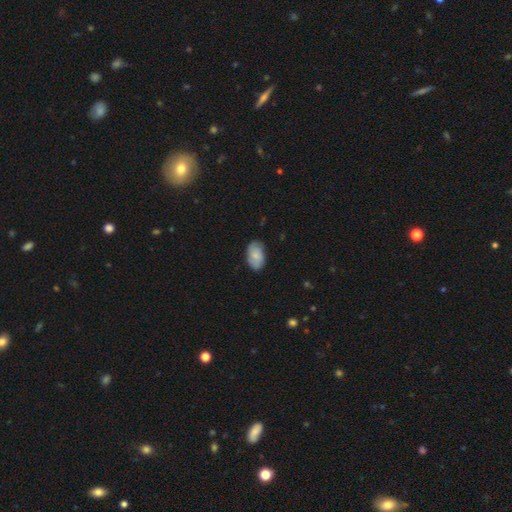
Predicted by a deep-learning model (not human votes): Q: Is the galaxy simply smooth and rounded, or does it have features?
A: smooth — 73%.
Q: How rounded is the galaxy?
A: in between — 93%.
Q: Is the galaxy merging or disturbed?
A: none — 81%.